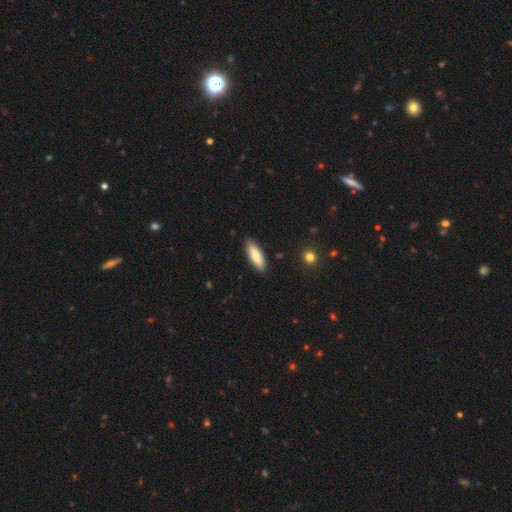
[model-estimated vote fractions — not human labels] A smooth galaxy with no disk features (78%) that is in between round and cigar-shaped (58%). Merging: none (88%).